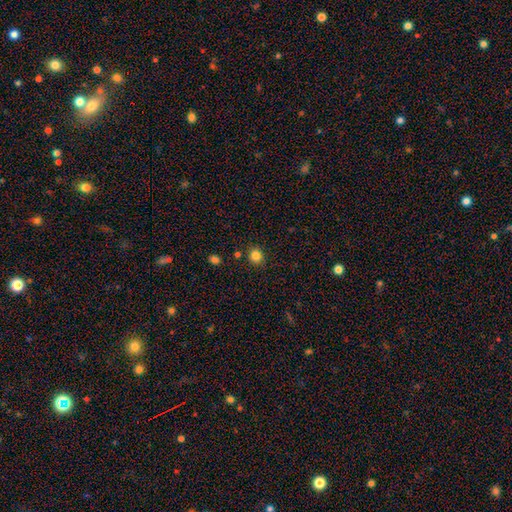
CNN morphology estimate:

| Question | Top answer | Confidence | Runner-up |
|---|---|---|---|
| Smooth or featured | smooth | 83% | star or artifact (12%) |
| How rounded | round | 85% | in between (14%) |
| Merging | none | 87% | minor disturbance (8%) |